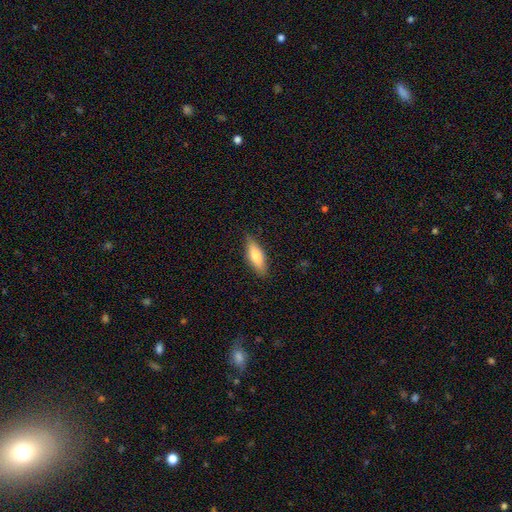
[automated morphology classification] Smooth or featured? smooth (73%)
How rounded? in between (61%)
Merging? none (83%)